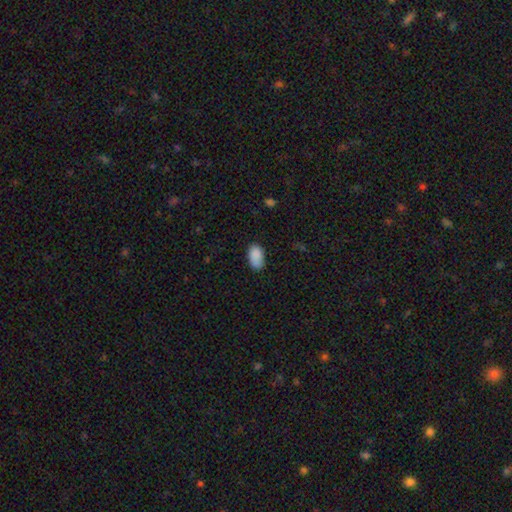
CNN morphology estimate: Smooth or featured?
  - smooth: 87% *
  - star or artifact: 8%
  - featured or disk: 5%
How rounded?
  - in between: 93% *
  - round: 6%
  - cigar-shaped: 1%
Merging?
  - none: 71% *
  - minor disturbance: 22%
  - major disturbance: 5%
  - merger: 2%